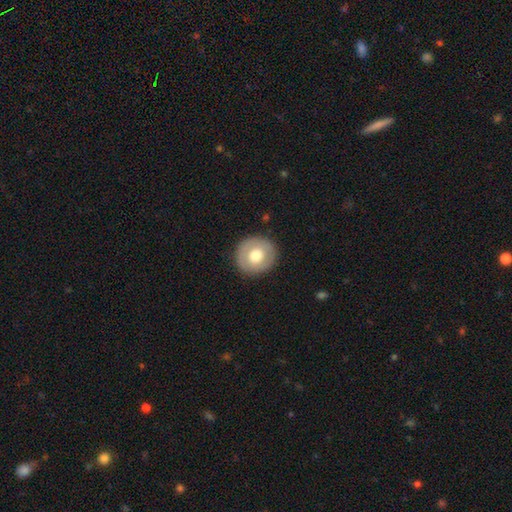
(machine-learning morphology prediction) smooth_or_featured: smooth (p=0.60) [alt: featured or disk p=0.33]
how_rounded: round (p=0.88) [alt: in between p=0.11]
merging: none (p=0.89) [alt: minor disturbance p=0.08]